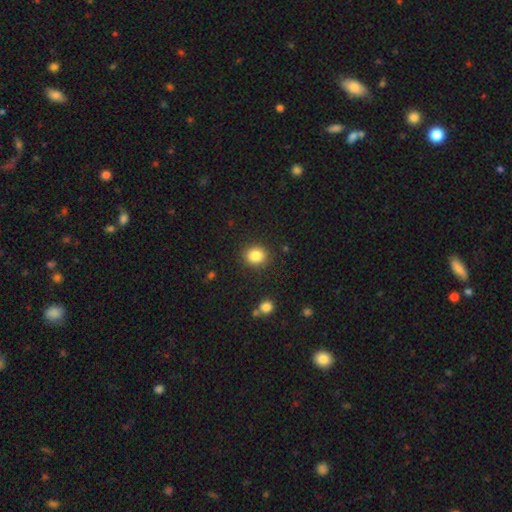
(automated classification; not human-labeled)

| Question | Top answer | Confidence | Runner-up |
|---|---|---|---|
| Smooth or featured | smooth | 85% | star or artifact (10%) |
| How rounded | round | 78% | in between (21%) |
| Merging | none | 89% | minor disturbance (7%) |